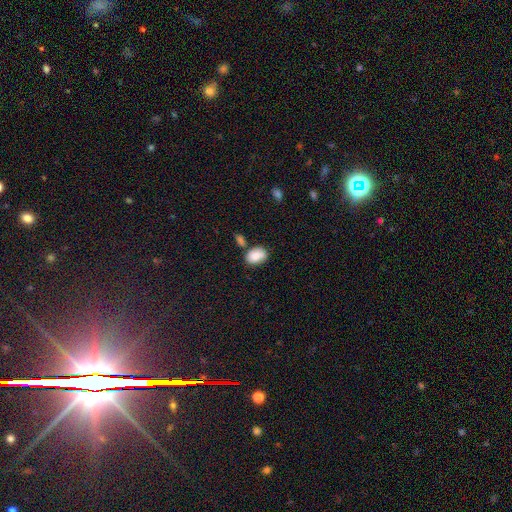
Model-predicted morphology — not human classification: The model was most divided on "merging": none: 61%, minor disturbance: 20%, merger: 15%, major disturbance: 5%. More confident: smooth or featured — smooth (82%); how rounded — in between (79%).